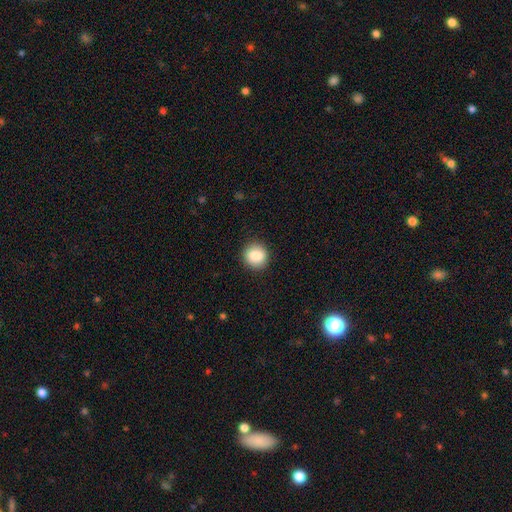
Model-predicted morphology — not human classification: The model was most divided on "how rounded": round: 88%, in between: 11%, cigar-shaped: 1%. More confident: merging — none (90%); smooth or featured — smooth (86%).